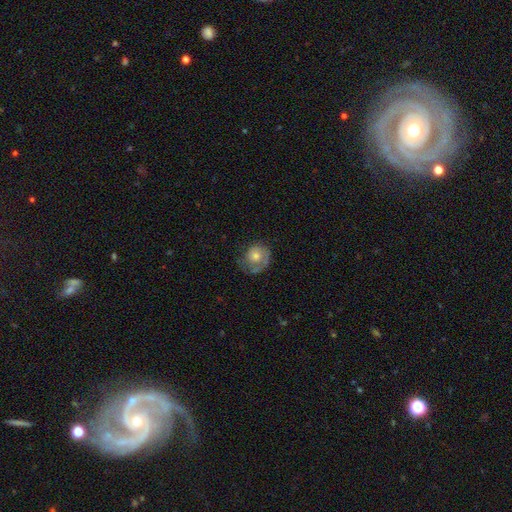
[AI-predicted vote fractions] This appears to be a featured or disk galaxy (47%). Merging: none (58%).